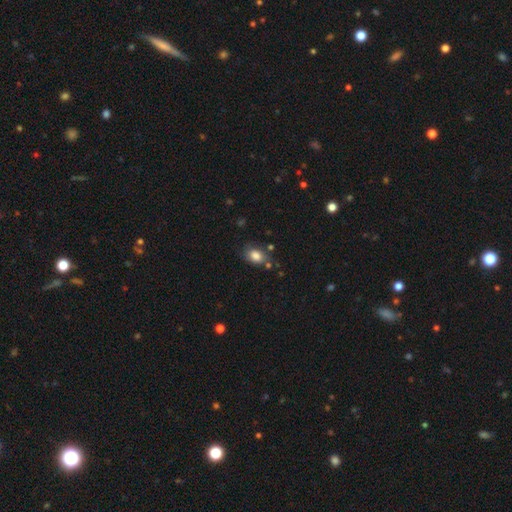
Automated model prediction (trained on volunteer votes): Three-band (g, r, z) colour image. It shows a smooth galaxy with no disk features (82%) that is in between round and cigar-shaped (74%). Merging: none (67%).